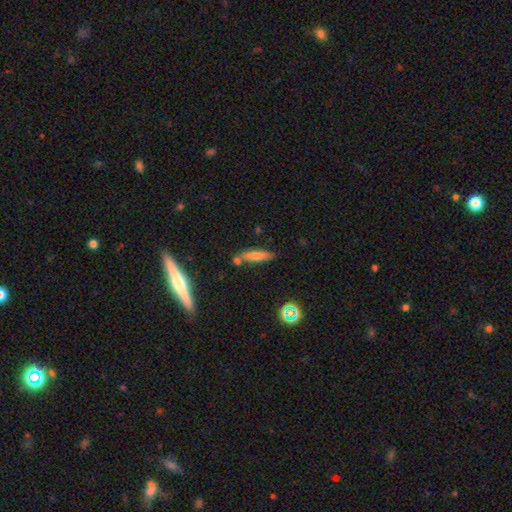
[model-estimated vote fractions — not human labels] smooth-or-featured: smooth: 67% | featured or disk: 21% | star or artifact: 12%
  how-rounded: cigar-shaped: 66% | in between: 31% | round: 3%
  merging: none: 63% | merger: 17% | minor disturbance: 15% | major disturbance: 4%